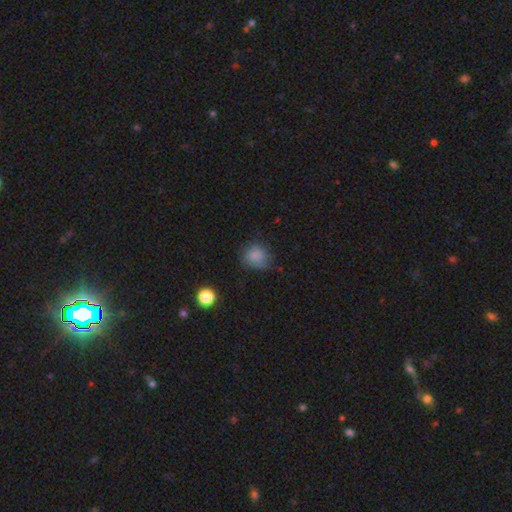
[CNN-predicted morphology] A smooth galaxy with no disk features (81%) that is round (74%).

Vote fractions:
- Smooth or featured? smooth: 81% / star or artifact: 11% / featured or disk: 8%
- How rounded? round: 74% / in between: 25% / cigar-shaped: 1%
- Merging? none: 66% / minor disturbance: 25% / major disturbance: 7% / merger: 2%